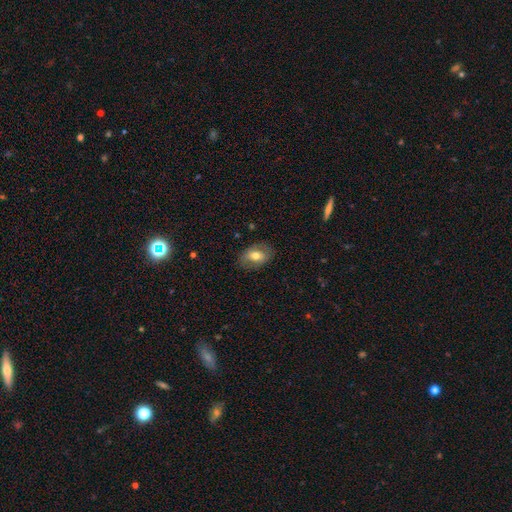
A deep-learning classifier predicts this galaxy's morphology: Overall: smooth (61%; featured or disk 31%). How rounded: in between (83%). Merging: none (80%).